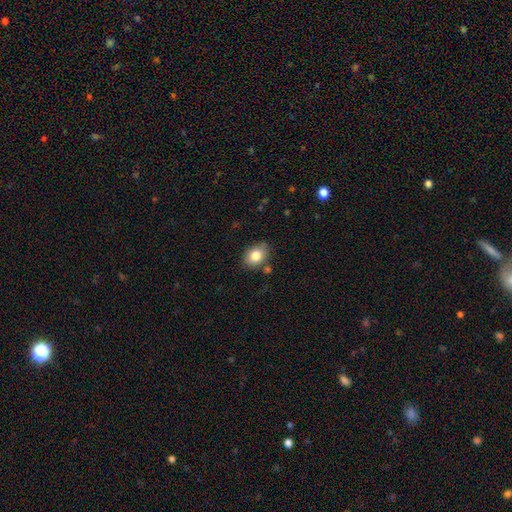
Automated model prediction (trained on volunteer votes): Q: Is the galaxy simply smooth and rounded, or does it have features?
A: smooth — 81%.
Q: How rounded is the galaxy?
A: in between — 65%.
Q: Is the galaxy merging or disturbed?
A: none — 78%.